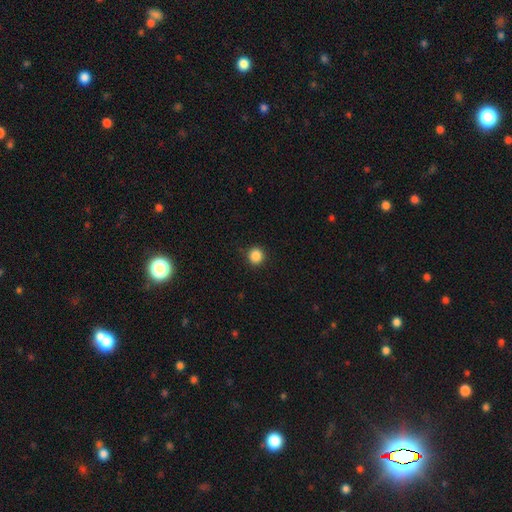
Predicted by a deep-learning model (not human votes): This is clearly a smooth galaxy (87%). How rounded: clearly round (93%). Merging: clearly none (91%).